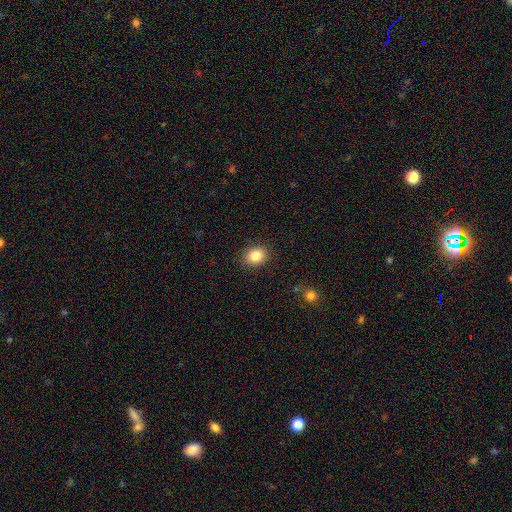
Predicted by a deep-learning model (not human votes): Q: Smooth or featured?
A: smooth (84%); runner-up: star or artifact (10%)
Q: How rounded?
A: in between (50%); runner-up: round (49%)
Q: Merging?
A: none (88%); runner-up: minor disturbance (8%)